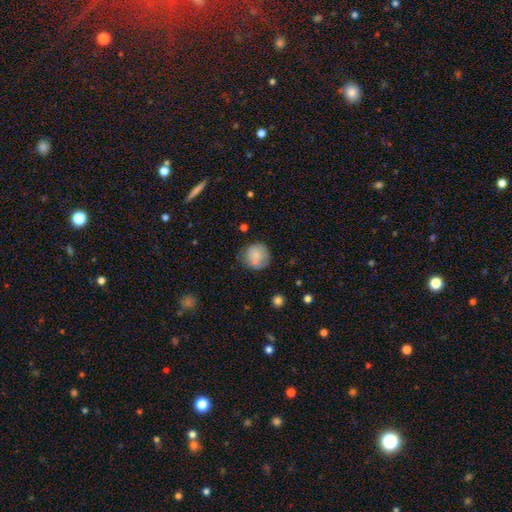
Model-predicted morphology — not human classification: smooth 74%, featured or disk 18%, star or artifact 8%. Down the decision tree: how rounded — round (89%); merging — none (64%).